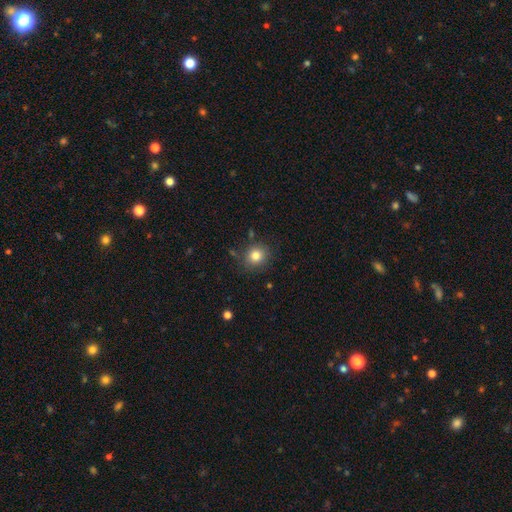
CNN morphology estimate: Smooth or featured? Predicted: smooth (p=0.82). How rounded? Predicted: round (p=0.83). Merging? Predicted: none (p=0.84).